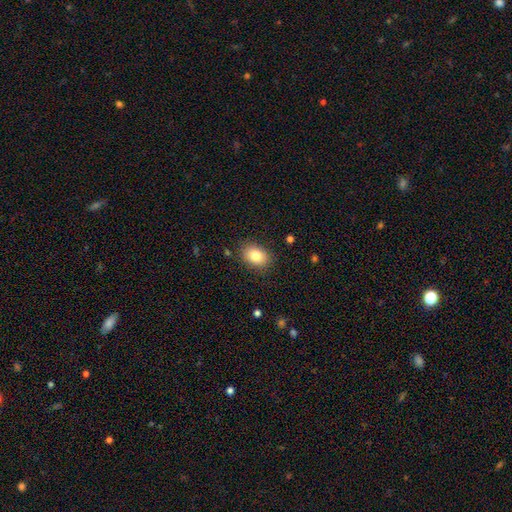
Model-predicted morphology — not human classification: This is clearly a smooth galaxy (83%). How rounded: likely in between (78%). Merging: clearly none (85%).